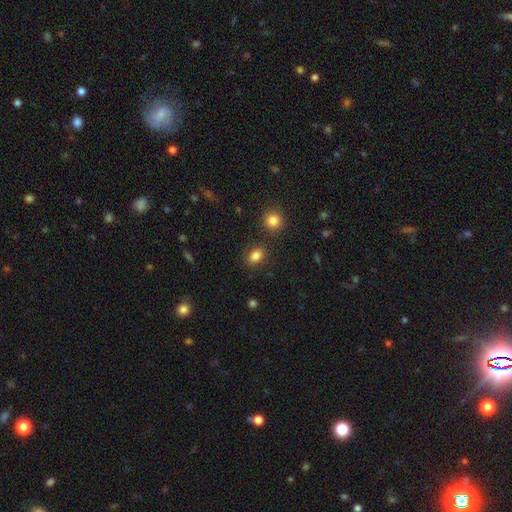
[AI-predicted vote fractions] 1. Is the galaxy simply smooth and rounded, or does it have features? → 84% smooth, 11% star or artifact, 5% featured or disk.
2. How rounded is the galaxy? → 68% in between, 30% round, 1% cigar-shaped.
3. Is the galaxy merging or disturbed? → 83% none, 10% minor disturbance, 4% merger, 3% major disturbance.